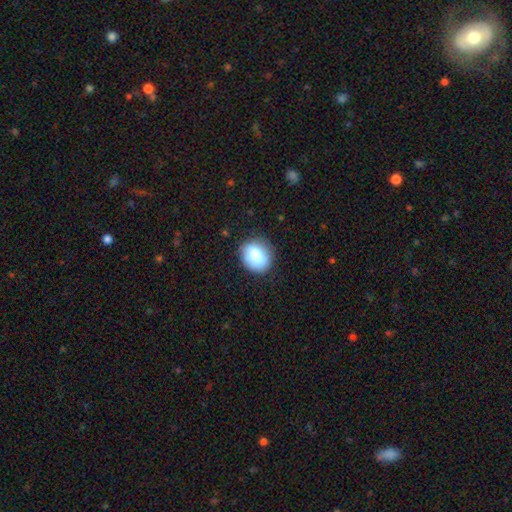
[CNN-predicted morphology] Smooth or featured: smooth — 85% (featured or disk — 8%)
How rounded: round — 55% (in between — 44%)
Merging: none — 79% (minor disturbance — 16%)